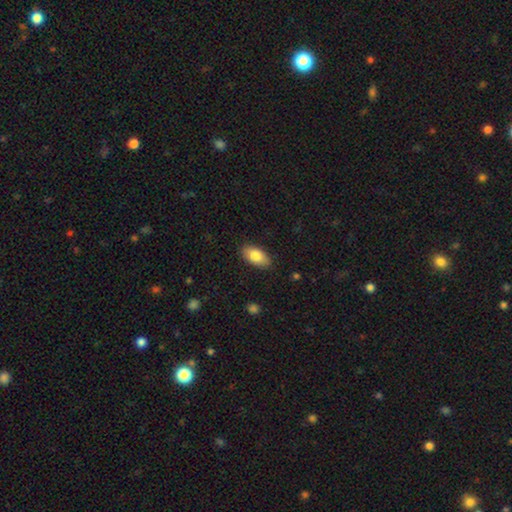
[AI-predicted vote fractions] Smooth or featured? smooth (81%)
How rounded? in between (93%)
Merging? none (87%)